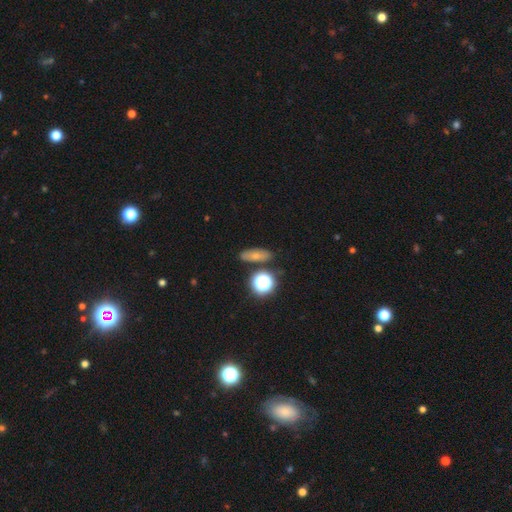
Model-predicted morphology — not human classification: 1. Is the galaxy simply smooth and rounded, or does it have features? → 63% smooth, 19% featured or disk, 18% star or artifact.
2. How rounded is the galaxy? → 53% in between, 26% cigar-shaped, 21% round.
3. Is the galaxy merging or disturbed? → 80% none, 12% minor disturbance, 5% merger, 3% major disturbance.